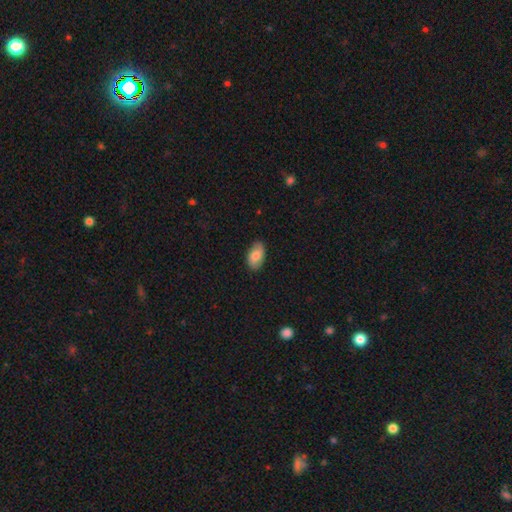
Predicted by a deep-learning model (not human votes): Morphology: type=smooth (79%); roundness=in between (94%); merging=none (85%).